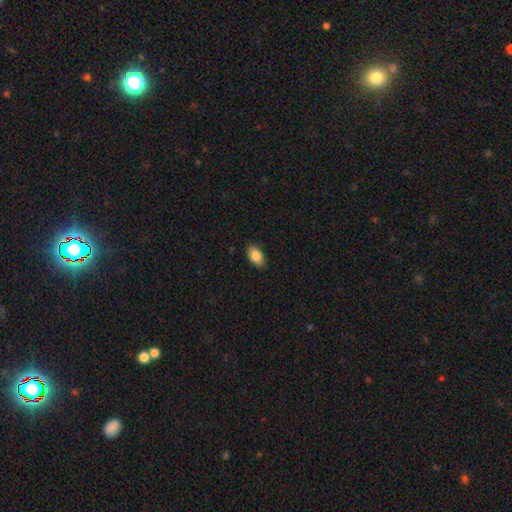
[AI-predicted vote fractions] Q: Smooth or featured?
A: smooth (87%); runner-up: star or artifact (7%)
Q: How rounded?
A: in between (92%); runner-up: round (5%)
Q: Merging?
A: none (87%); runner-up: minor disturbance (9%)